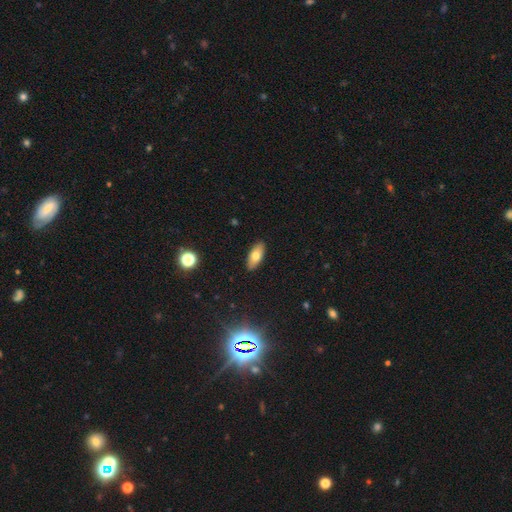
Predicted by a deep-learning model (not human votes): Smooth or featured?
  - smooth: 72% *
  - featured or disk: 20%
  - star or artifact: 8%
How rounded?
  - in between: 82% *
  - cigar-shaped: 15%
  - round: 3%
Merging?
  - none: 89% *
  - minor disturbance: 8%
  - major disturbance: 2%
  - merger: 1%